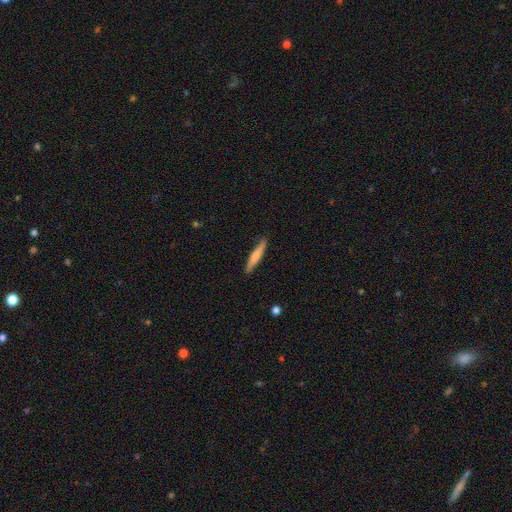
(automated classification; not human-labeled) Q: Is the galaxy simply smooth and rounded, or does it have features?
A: smooth — 67%.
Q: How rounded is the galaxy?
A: cigar-shaped — 92%.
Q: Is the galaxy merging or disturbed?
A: none — 86%.